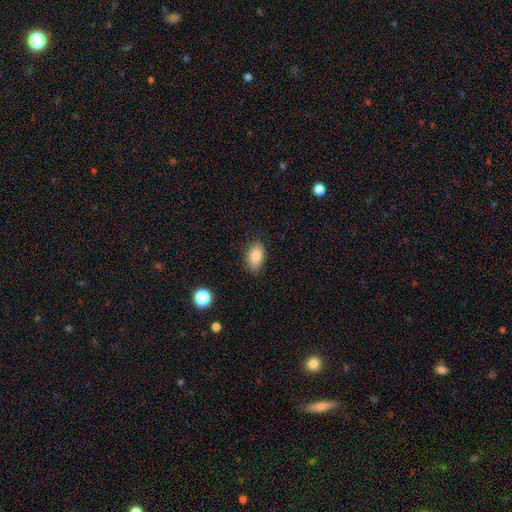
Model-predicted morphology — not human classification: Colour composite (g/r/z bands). It shows a smooth galaxy with no disk features (84%) that is in between round and cigar-shaped (90%). Merging: none (85%).